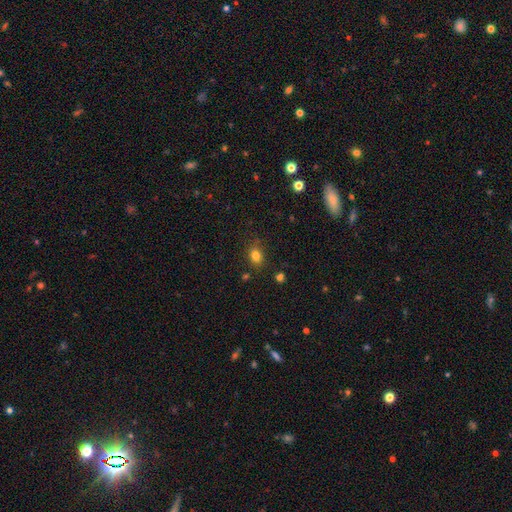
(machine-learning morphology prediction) Smooth or featured? Predicted: smooth (p=0.80). How rounded? Predicted: in between (p=0.60). Merging? Predicted: none (p=0.80).